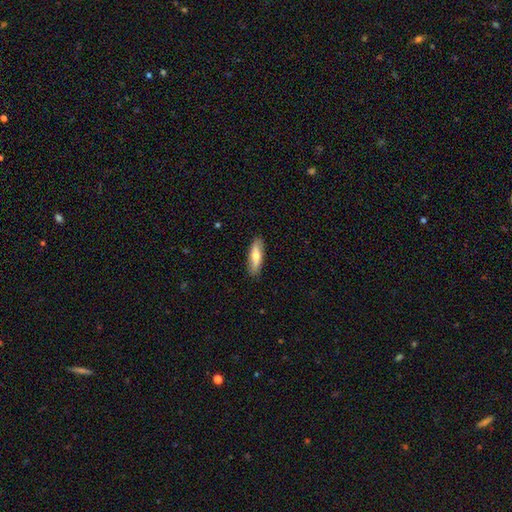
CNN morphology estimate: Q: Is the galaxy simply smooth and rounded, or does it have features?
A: smooth — 67%.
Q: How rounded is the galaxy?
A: cigar-shaped — 53%.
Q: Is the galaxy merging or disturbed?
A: none — 87%.